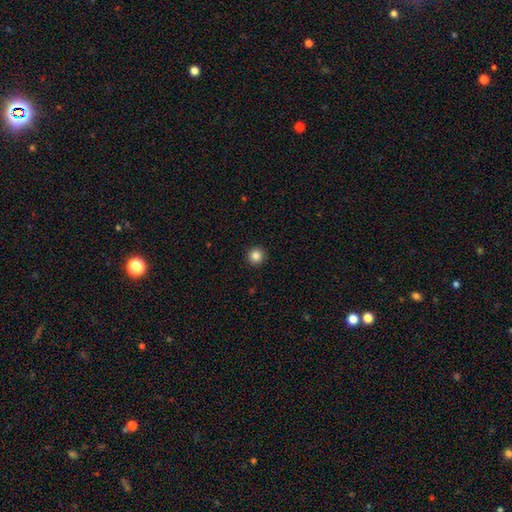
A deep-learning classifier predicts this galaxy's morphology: smooth_or_featured: smooth (p=0.85) [alt: star or artifact p=0.11]
how_rounded: round (p=0.96) [alt: in between p=0.04]
merging: none (p=0.93) [alt: minor disturbance p=0.04]